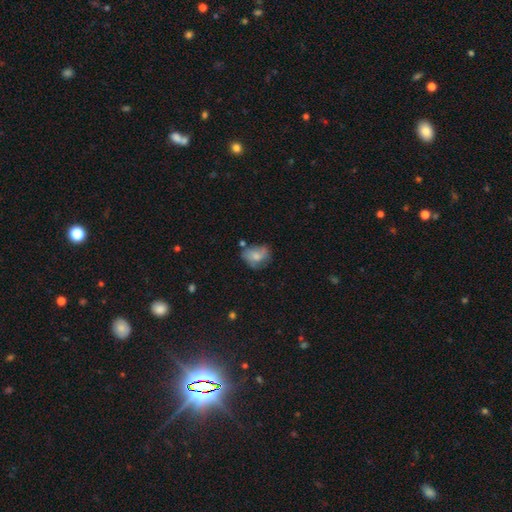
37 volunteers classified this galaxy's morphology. Smooth or featured? 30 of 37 (81%) said smooth. How rounded? 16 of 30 (53%) said in between. Merging? 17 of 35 (49%) said none.